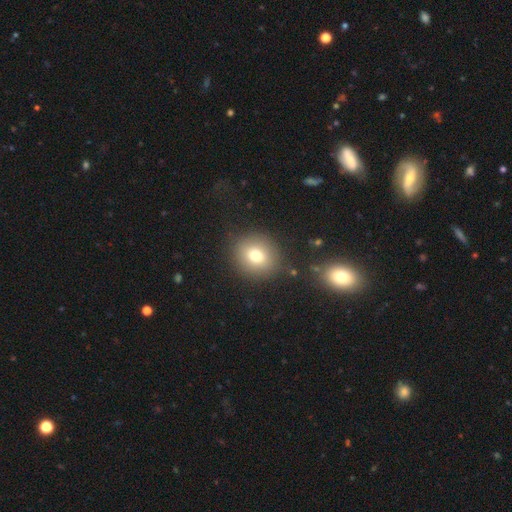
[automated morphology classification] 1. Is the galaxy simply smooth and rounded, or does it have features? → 74% smooth, 14% star or artifact, 12% featured or disk.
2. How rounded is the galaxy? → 82% round, 17% in between, 1% cigar-shaped.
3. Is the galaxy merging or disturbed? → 84% none, 9% minor disturbance, 4% major disturbance, 2% merger.